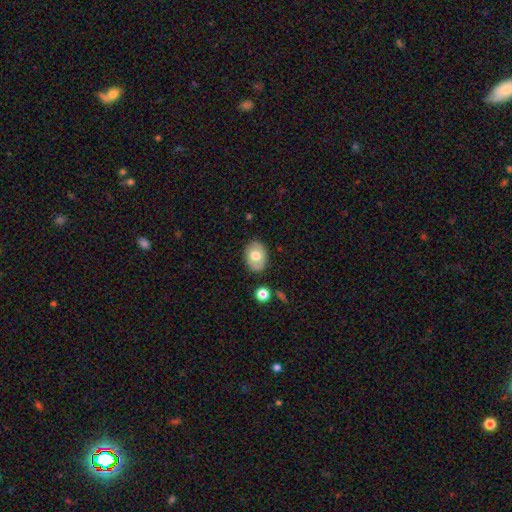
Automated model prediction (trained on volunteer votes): Overall: smooth (68%). How rounded: in between (73%). Merging: none (84%).